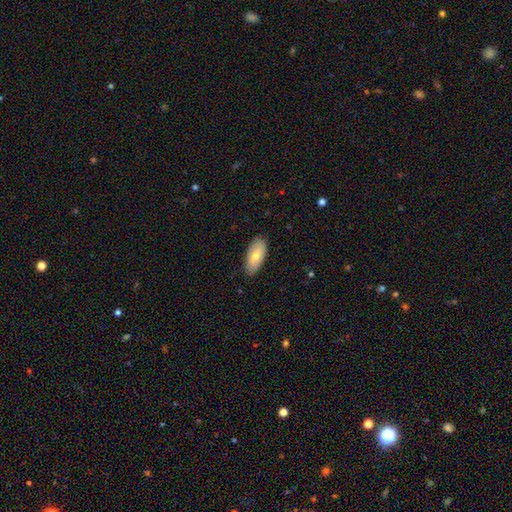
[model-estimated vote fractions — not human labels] Smooth or featured: smooth — 68% (featured or disk — 26%)
How rounded: in between — 90% (cigar-shaped — 8%)
Merging: none — 86% (minor disturbance — 11%)